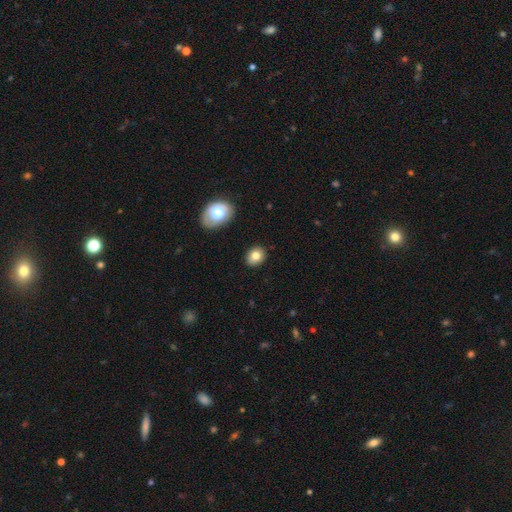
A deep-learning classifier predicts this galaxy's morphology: Smooth or featured?
  - smooth: 79% *
  - featured or disk: 11%
  - star or artifact: 10%
How rounded?
  - round: 50% *
  - in between: 49%
  - cigar-shaped: 1%
Merging?
  - none: 87% *
  - minor disturbance: 9%
  - major disturbance: 2%
  - merger: 2%